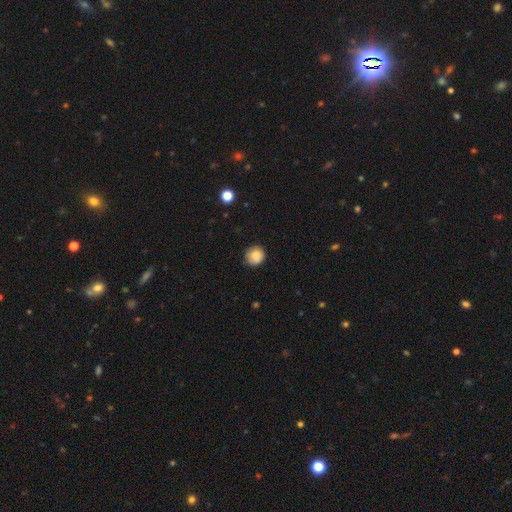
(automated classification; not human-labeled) Smooth or featured? smooth (83%)
How rounded? round (89%)
Merging? none (76%)